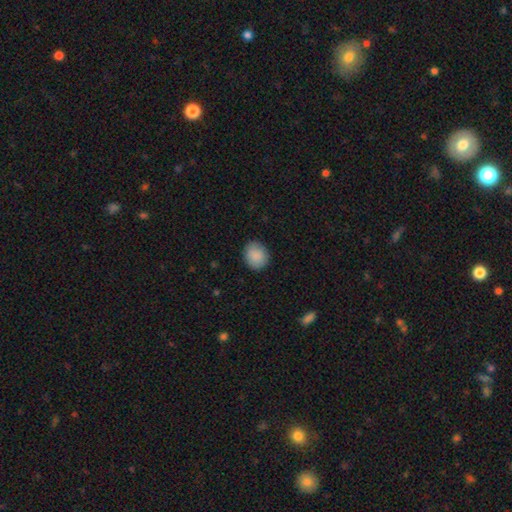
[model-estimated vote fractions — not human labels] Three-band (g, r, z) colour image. It shows a smooth galaxy with no disk features (90%) that is round (69%). Merging: none (88%).